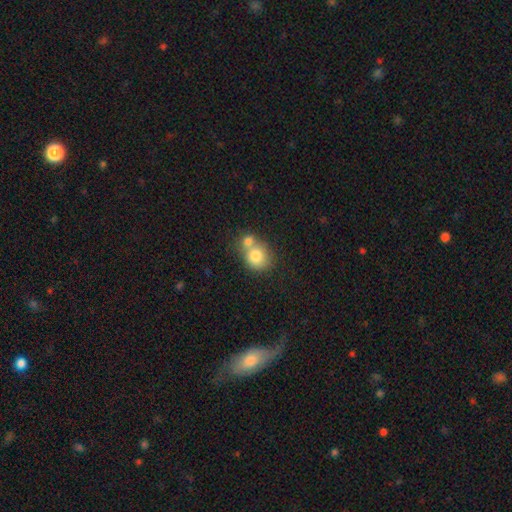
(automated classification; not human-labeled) Smooth or featured? Predicted: smooth (p=0.78). How rounded? Predicted: round (p=0.71). Merging? Predicted: merger (p=0.54).